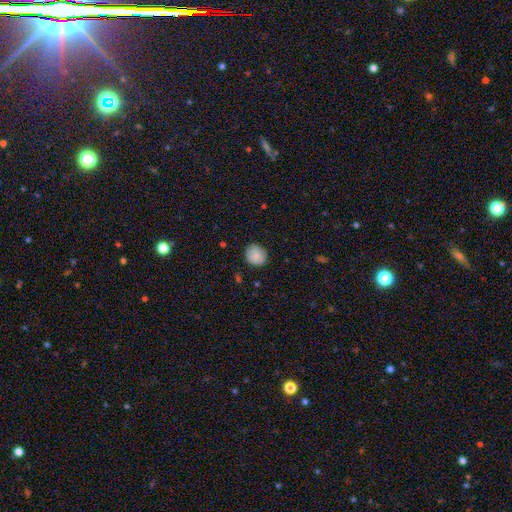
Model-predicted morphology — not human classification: smooth 84%, featured or disk 9%, star or artifact 8%. Down the decision tree: how rounded — round (74%); merging — none (84%).